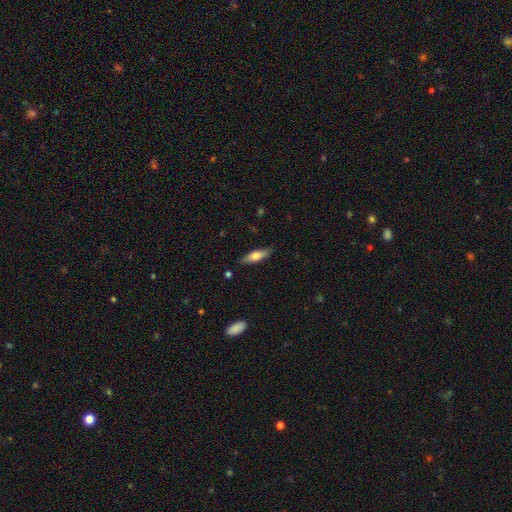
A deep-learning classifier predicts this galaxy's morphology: smooth 63%, featured or disk 31%, star or artifact 6%. Down the decision tree: how rounded — cigar-shaped (53%); merging — none (84%).